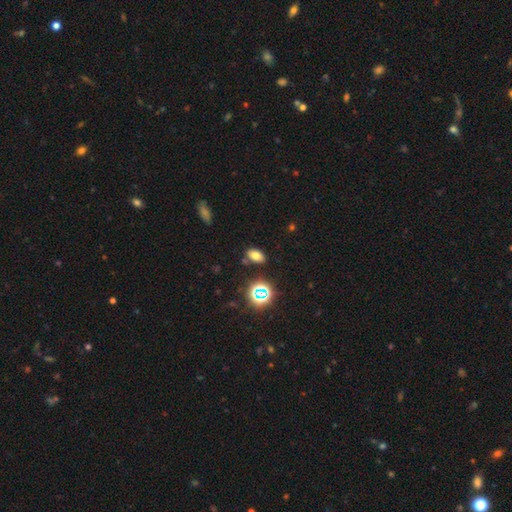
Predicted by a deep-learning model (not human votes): Morphology: type=smooth (69%); roundness=in between (86%); merging=none (82%).